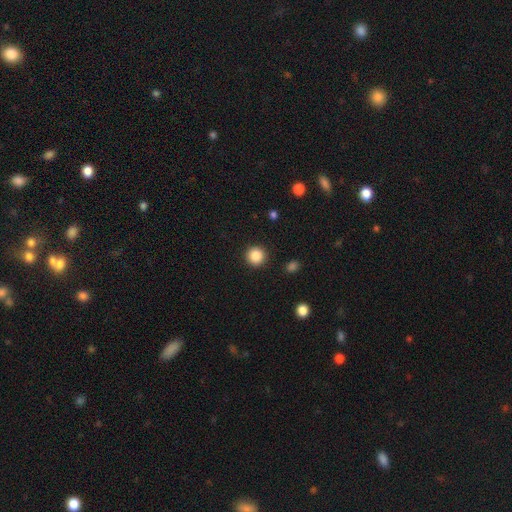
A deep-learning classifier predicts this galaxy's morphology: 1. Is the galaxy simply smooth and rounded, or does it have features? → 87% smooth, 10% star or artifact, 4% featured or disk.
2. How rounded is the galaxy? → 95% round, 4% in between, 1% cigar-shaped.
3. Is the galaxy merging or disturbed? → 92% none, 5% minor disturbance, 2% major disturbance, 1% merger.